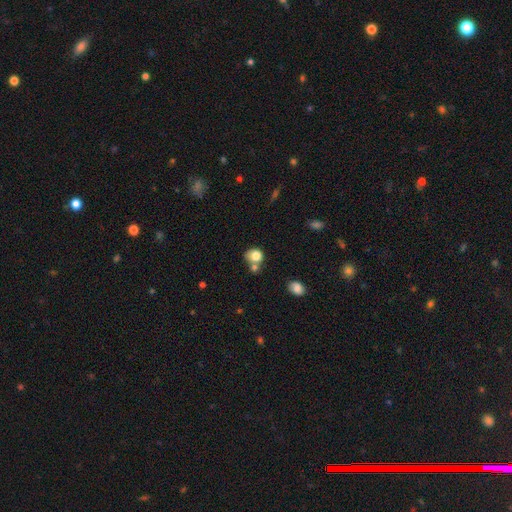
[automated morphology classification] Smooth or featured?
  - smooth: 80% *
  - featured or disk: 11%
  - star or artifact: 10%
How rounded?
  - round: 72% *
  - in between: 27%
  - cigar-shaped: 1%
Merging?
  - none: 46% *
  - merger: 33%
  - minor disturbance: 15%
  - major disturbance: 6%